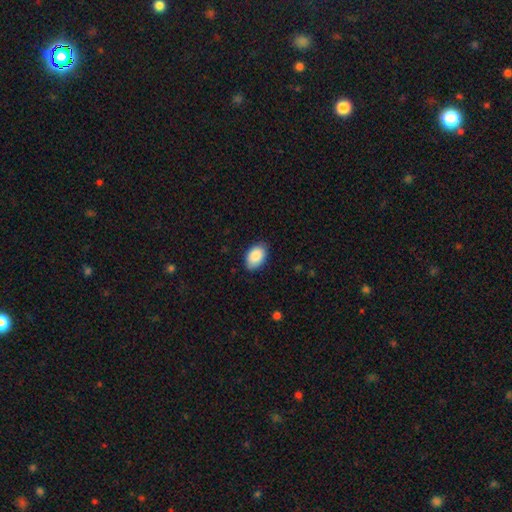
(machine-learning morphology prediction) smooth_or_featured: smooth (p=0.89) [alt: star or artifact p=0.06]
how_rounded: in between (p=0.92) [alt: round p=0.07]
merging: none (p=0.83) [alt: minor disturbance p=0.14]